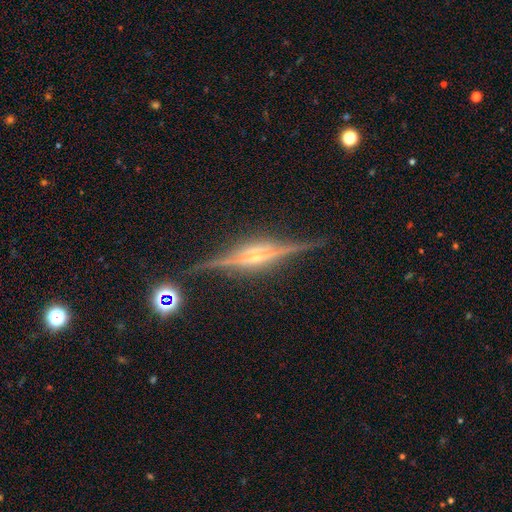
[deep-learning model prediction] Smooth or featured?
  - featured or disk: 87% *
  - star or artifact: 8%
  - smooth: 5%
Edge-on disk?
  - yes: 97% *
  - no: 3%
Edge-on bulge?
  - rounded: 72% *
  - boxy: 23%
  - none: 5%
Merging?
  - none: 87% *
  - minor disturbance: 9%
  - major disturbance: 2%
  - merger: 1%